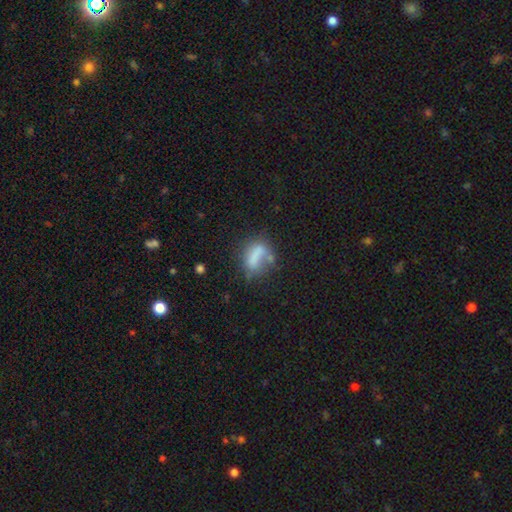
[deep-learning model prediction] Overall: smooth (66%). How rounded: in between (67%). Merging: none (36%; merger 22%).